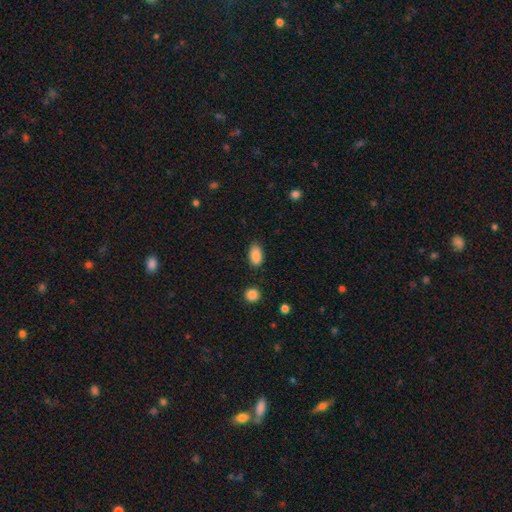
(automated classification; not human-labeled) Smooth or featured? Predicted: smooth (p=0.88). How rounded? Predicted: in between (p=0.91). Merging? Predicted: none (p=0.84).